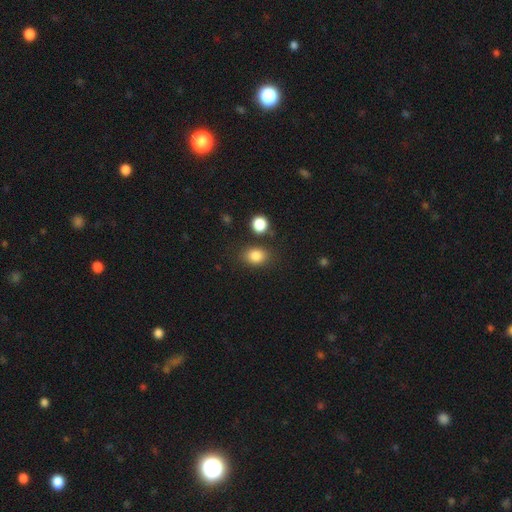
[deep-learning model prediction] Q: Smooth or featured?
A: smooth (84%); runner-up: star or artifact (10%)
Q: How rounded?
A: in between (58%); runner-up: round (41%)
Q: Merging?
A: none (77%); runner-up: minor disturbance (12%)